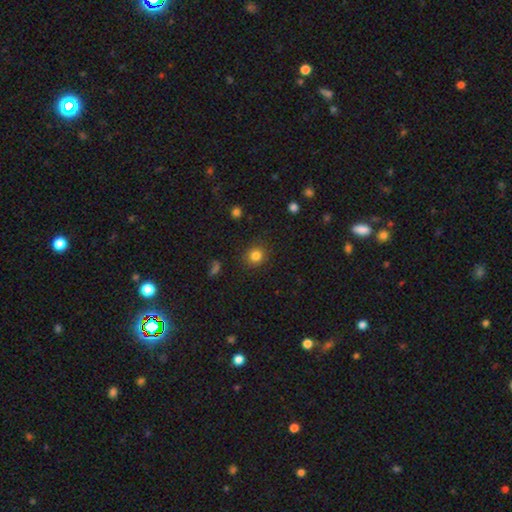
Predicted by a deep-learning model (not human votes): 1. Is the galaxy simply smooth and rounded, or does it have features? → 83% smooth, 12% star or artifact, 5% featured or disk.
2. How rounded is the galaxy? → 85% round, 14% in between, 1% cigar-shaped.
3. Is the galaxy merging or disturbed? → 87% none, 8% minor disturbance, 3% major disturbance, 1% merger.